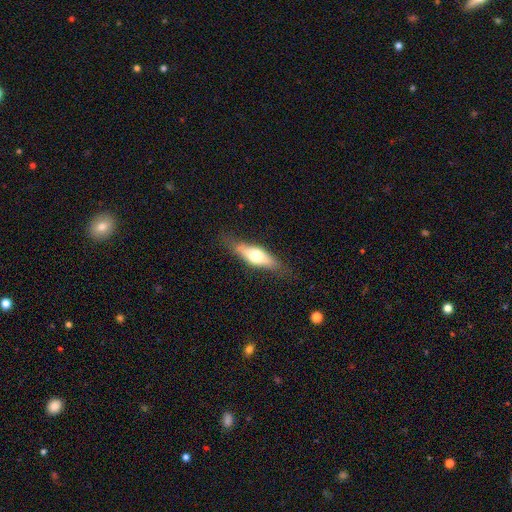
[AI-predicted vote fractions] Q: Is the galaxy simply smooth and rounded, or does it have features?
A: smooth — 53%.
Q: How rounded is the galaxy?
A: in between — 55%.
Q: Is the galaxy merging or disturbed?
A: none — 75%.